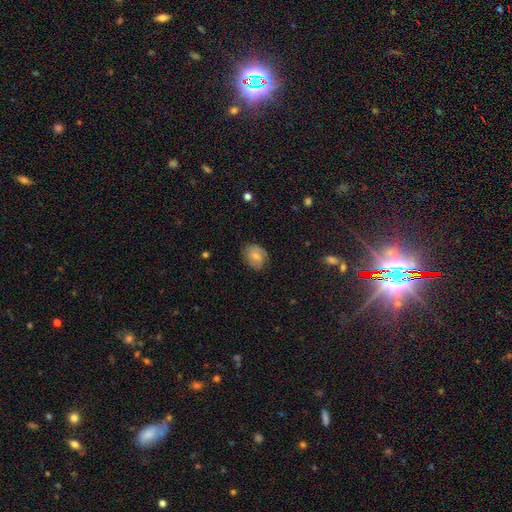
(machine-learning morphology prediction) Smooth or featured? Predicted: smooth (p=0.65). How rounded? Predicted: in between (p=0.54). Merging? Predicted: none (p=0.71).